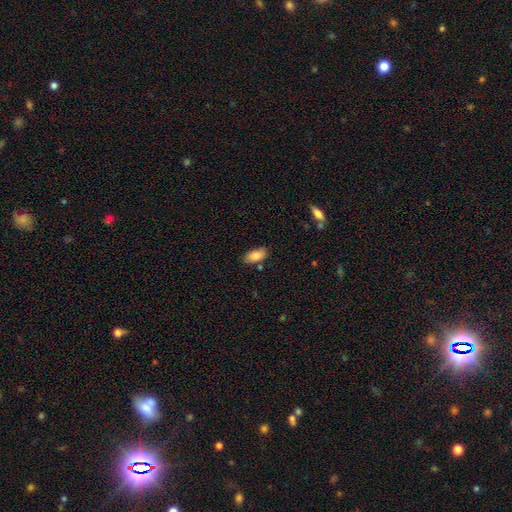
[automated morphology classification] Smooth or featured?
  - smooth: 86% *
  - featured or disk: 7%
  - star or artifact: 7%
How rounded?
  - in between: 91% *
  - cigar-shaped: 6%
  - round: 2%
Merging?
  - none: 80% *
  - minor disturbance: 13%
  - merger: 4%
  - major disturbance: 3%